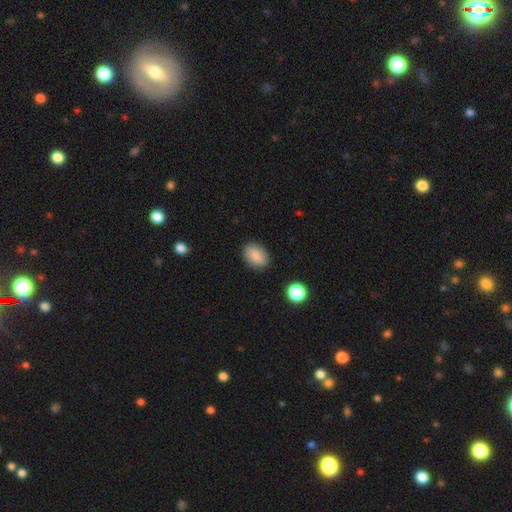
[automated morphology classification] smooth-or-featured: smooth: 86% | star or artifact: 8% | featured or disk: 6%
  how-rounded: in between: 79% | round: 20% | cigar-shaped: 1%
  merging: none: 86% | minor disturbance: 10% | major disturbance: 3% | merger: 2%